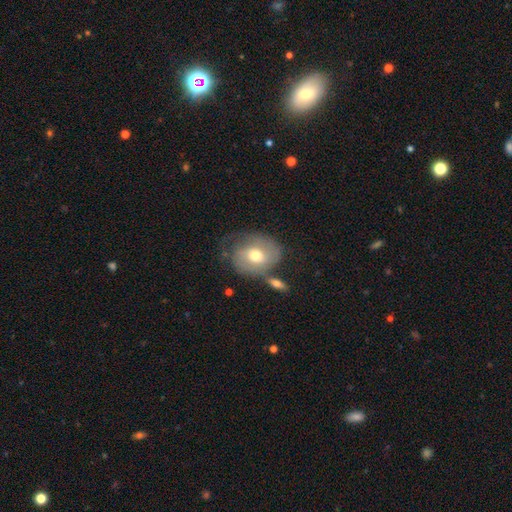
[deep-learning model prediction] featured or disk 53%, smooth 39%, star or artifact 7%. Down the decision tree: edge-on disk — no (95%); bar — no (59%); spiral arms — yes (75%); bulge size — moderate (71%); merging — none (49%).